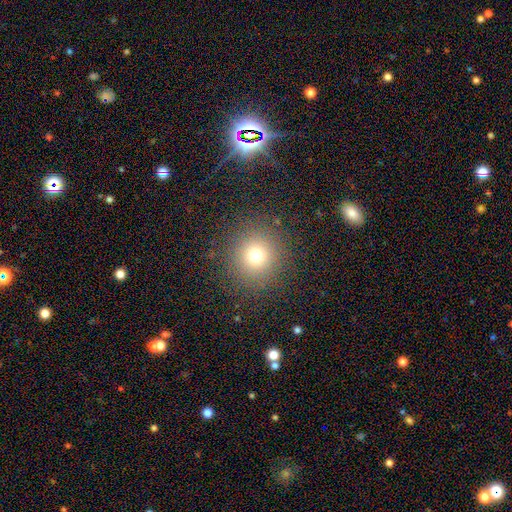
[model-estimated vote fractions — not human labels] Q: Smooth or featured?
A: smooth (72%); runner-up: star or artifact (19%)
Q: How rounded?
A: round (94%); runner-up: in between (5%)
Q: Merging?
A: none (89%); runner-up: minor disturbance (6%)